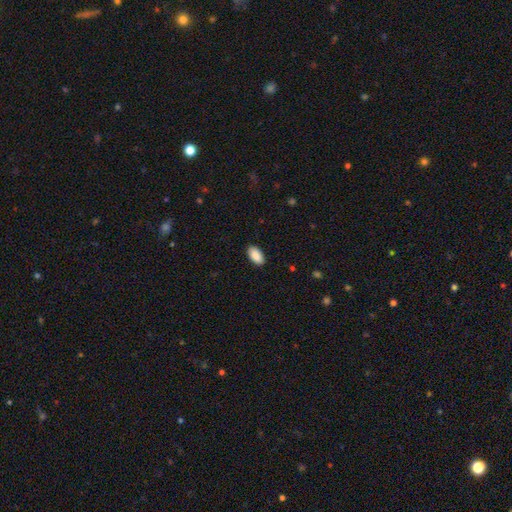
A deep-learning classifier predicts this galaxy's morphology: Smooth or featured? Predicted: smooth (p=0.90). How rounded? Predicted: in between (p=0.94). Merging? Predicted: none (p=0.89).